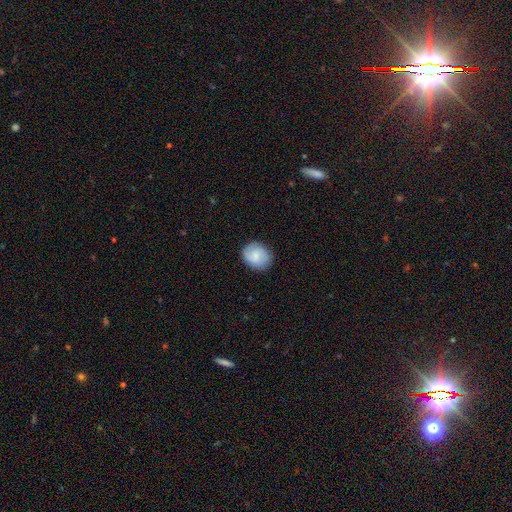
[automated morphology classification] This is likely a smooth galaxy (69%). How rounded: possibly round (53%). Merging: clearly none (84%).